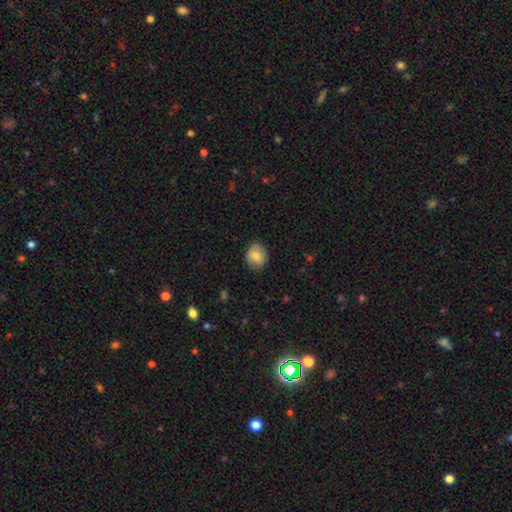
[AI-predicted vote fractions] smooth 77%, featured or disk 15%, star or artifact 8%. Down the decision tree: how rounded — round (62%); merging — none (80%).